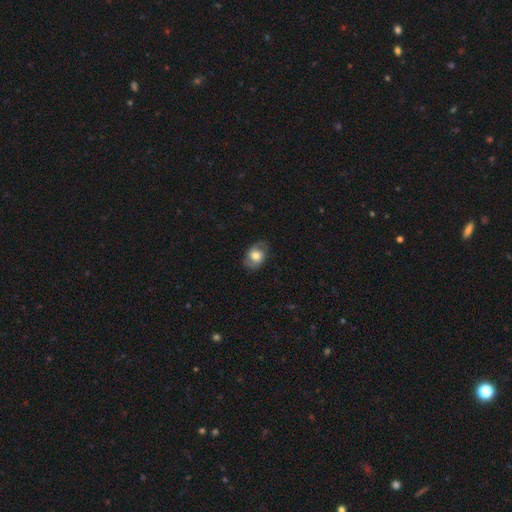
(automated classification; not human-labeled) Morphology: type=smooth (57%); roundness=in between (71%); merging=none (74%).